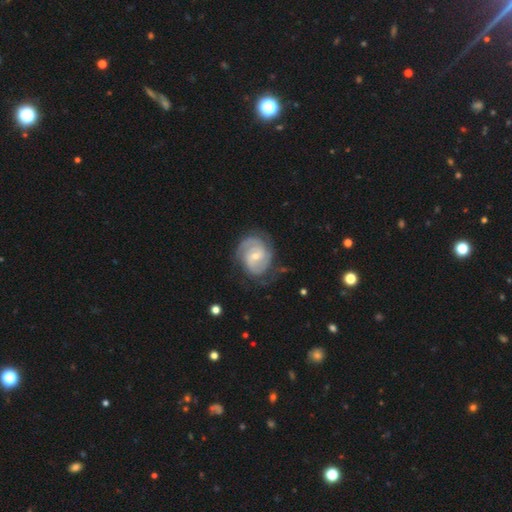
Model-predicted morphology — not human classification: A featured or disk galaxy (84%) with a weak bar (50%), 2 (58%) tight (59%) spiral arms (96%) and a small central bulge (55%).

Vote fractions:
- Smooth or featured? featured or disk: 84% / smooth: 11% / star or artifact: 5%
- Edge-on disk? no: 98% / yes: 2%
- Bar? weak: 50% / no: 38% / strong: 12%
- Spiral arms? yes: 96% / no: 4%
- Spiral winding? tight: 59% / medium: 33% / loose: 8%
- Spiral arm count? 2: 58% / can't tell: 19% / 3: 13% / 1: 4% / 4: 3% / more than 4: 3%
- Bulge size? small: 55% / moderate: 41% / large: 2% / none: 1% / dominant: 1%
- Merging? none: 69% / minor disturbance: 20% / major disturbance: 9% / merger: 2%